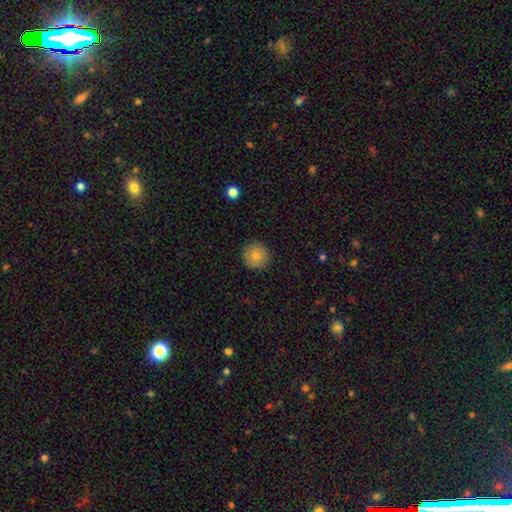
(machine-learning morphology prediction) Smooth or featured? smooth (77%)
How rounded? round (95%)
Merging? none (91%)